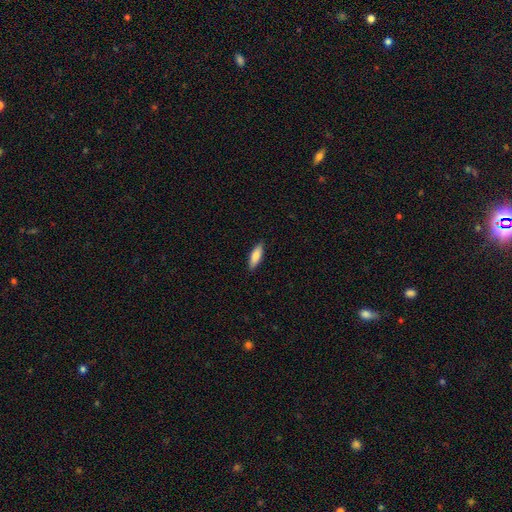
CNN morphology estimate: Smooth or featured? Predicted: smooth (p=0.80). How rounded? Predicted: in between (p=0.51). Merging? Predicted: none (p=0.89).